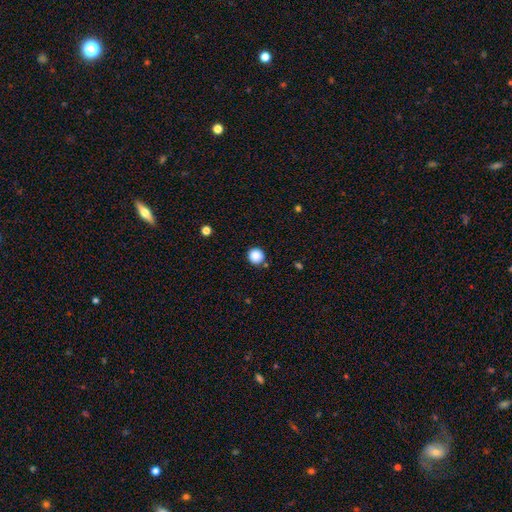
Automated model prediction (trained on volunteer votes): Smooth or featured? Predicted: smooth (p=0.87). How rounded? Predicted: round (p=0.95). Merging? Predicted: none (p=0.88).